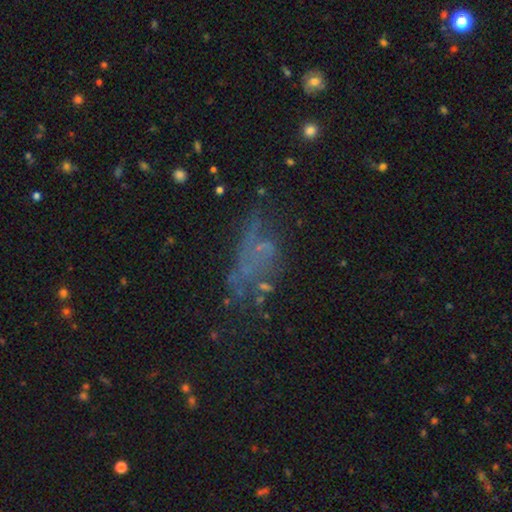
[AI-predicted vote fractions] Overall: featured or disk (40%; smooth 32%). Merging: none (44%; major disturbance 29%).